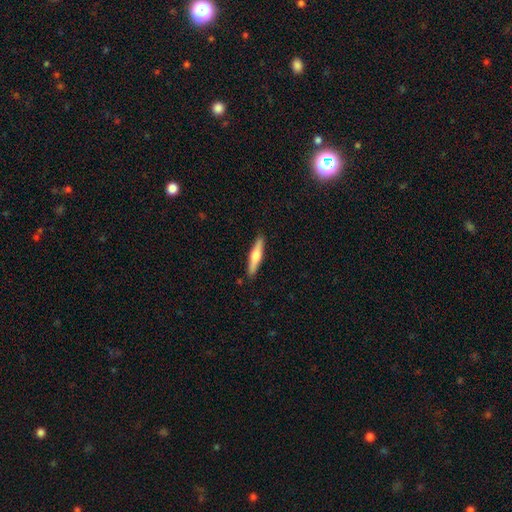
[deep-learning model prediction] Smooth or featured?
  - smooth: 48% *
  - featured or disk: 47%
  - star or artifact: 5%
Merging?
  - none: 90% *
  - minor disturbance: 8%
  - major disturbance: 2%
  - merger: 1%